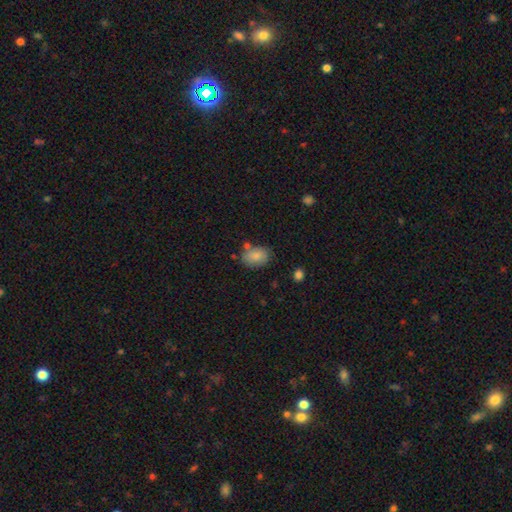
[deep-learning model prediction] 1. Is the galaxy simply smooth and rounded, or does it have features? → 84% smooth, 9% featured or disk, 7% star or artifact.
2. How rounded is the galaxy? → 78% in between, 21% round, 1% cigar-shaped.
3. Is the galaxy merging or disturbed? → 65% none, 20% minor disturbance, 10% merger, 5% major disturbance.